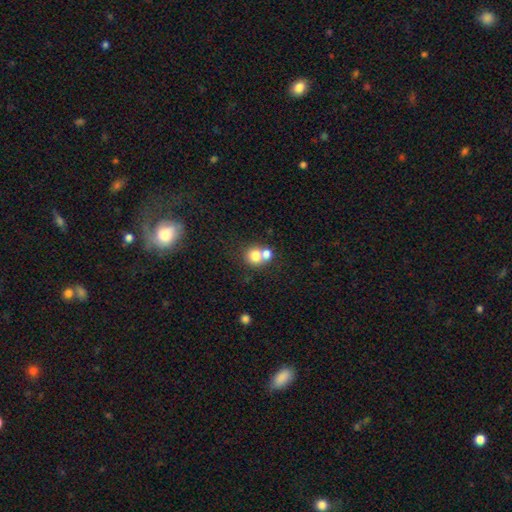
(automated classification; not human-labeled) A smooth galaxy with no disk features (77%) that is round (84%).

Vote fractions:
- Smooth or featured? smooth: 77% / featured or disk: 12% / star or artifact: 11%
- How rounded? round: 84% / in between: 15% / cigar-shaped: 1%
- Merging? merger: 52% / none: 39% / minor disturbance: 6% / major disturbance: 3%